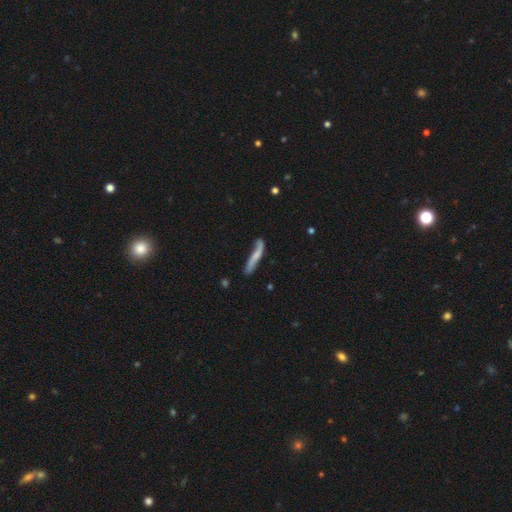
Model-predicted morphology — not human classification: smooth_or_featured: smooth (p=0.53) [alt: featured or disk p=0.41]
how_rounded: cigar-shaped (p=0.91) [alt: in between p=0.08]
merging: none (p=0.53) [alt: minor disturbance p=0.29]